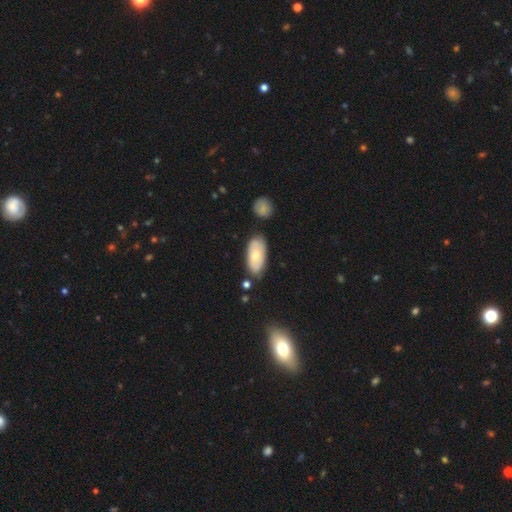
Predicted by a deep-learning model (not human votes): smooth-or-featured: smooth: 68% | featured or disk: 26% | star or artifact: 6%
  how-rounded: in between: 91% | cigar-shaped: 7% | round: 2%
  merging: none: 72% | minor disturbance: 17% | merger: 7% | major disturbance: 4%